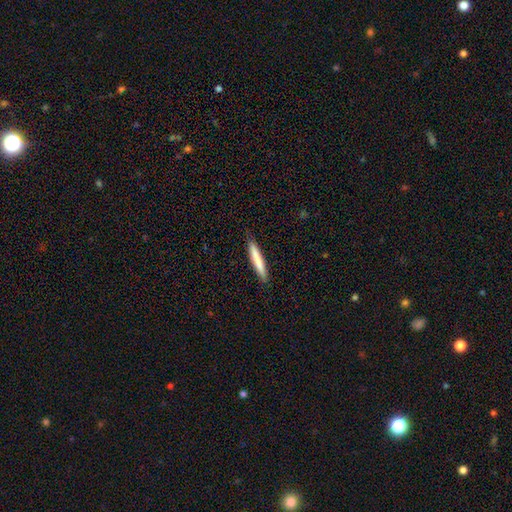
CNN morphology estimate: Smooth or featured?
  - smooth: 76% *
  - featured or disk: 19%
  - star or artifact: 6%
How rounded?
  - cigar-shaped: 95% *
  - in between: 4%
  - round: 1%
Merging?
  - none: 89% *
  - minor disturbance: 9%
  - major disturbance: 2%
  - merger: 1%